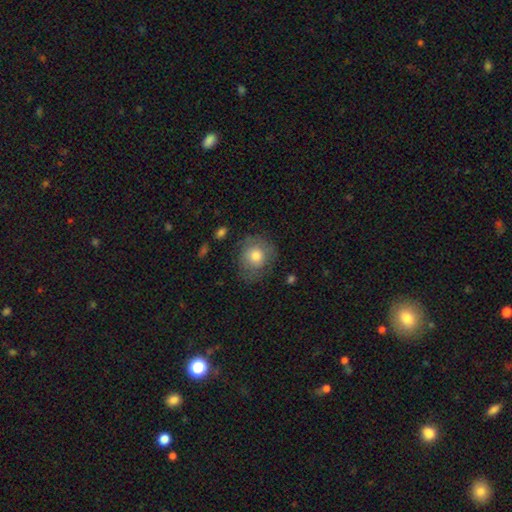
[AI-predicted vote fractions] Q: Smooth or featured?
A: smooth (74%); runner-up: featured or disk (18%)
Q: How rounded?
A: round (79%); runner-up: in between (20%)
Q: Merging?
A: none (70%); runner-up: minor disturbance (21%)